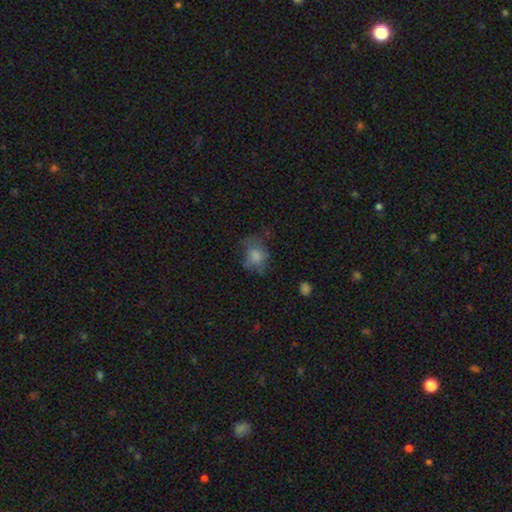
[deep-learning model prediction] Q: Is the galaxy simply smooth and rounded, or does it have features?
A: smooth — 69%.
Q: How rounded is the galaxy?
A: round — 49%, tied with in between.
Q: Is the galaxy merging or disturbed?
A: none — 46%.